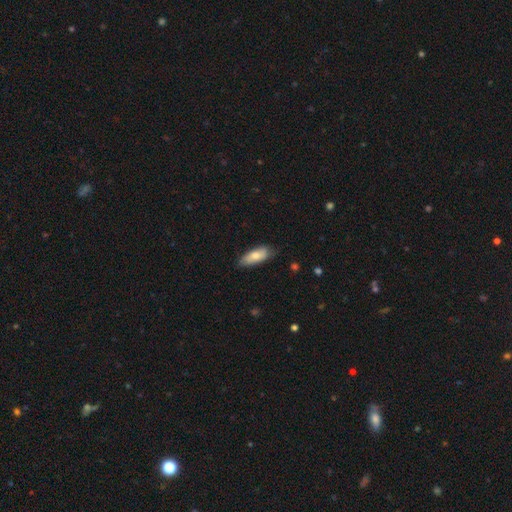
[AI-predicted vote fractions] A smooth galaxy with no disk features (74%) that is in between round and cigar-shaped (70%). Merging: none (74%).